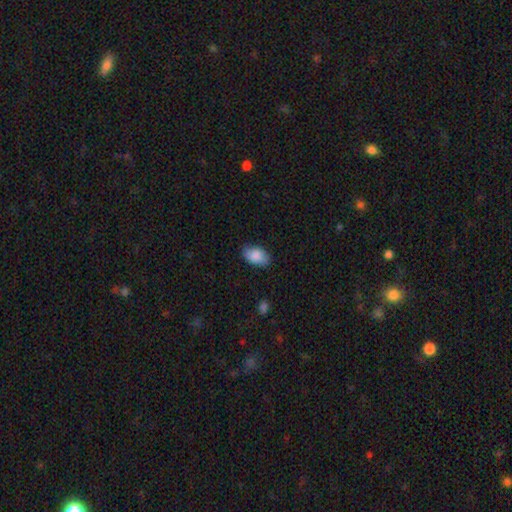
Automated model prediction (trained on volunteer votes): smooth-or-featured: smooth: 86% | featured or disk: 7% | star or artifact: 6%
  how-rounded: in between: 93% | round: 6% | cigar-shaped: 2%
  merging: none: 80% | minor disturbance: 16% | major disturbance: 3% | merger: 1%